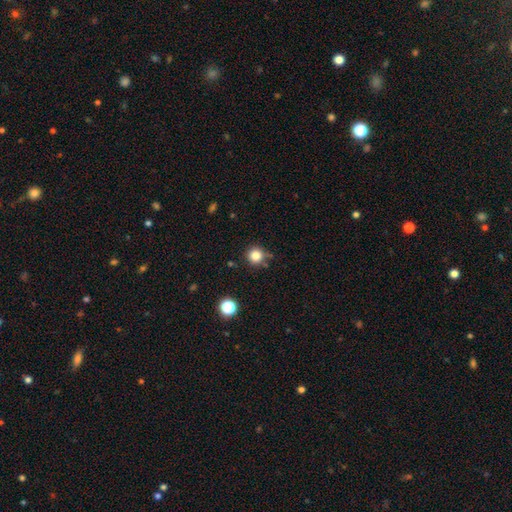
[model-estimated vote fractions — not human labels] This is clearly a smooth galaxy (82%). How rounded: clearly round (94%). Merging: likely none (78%).